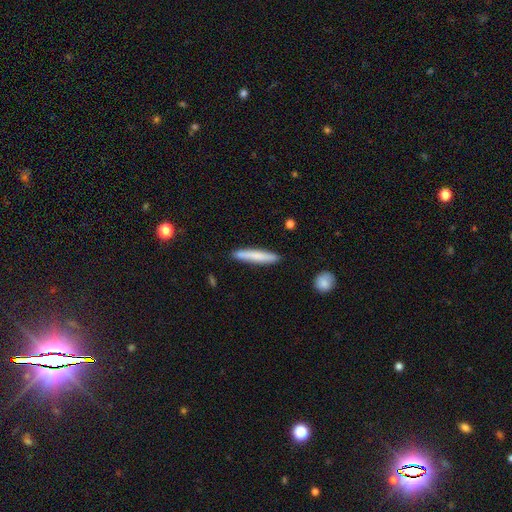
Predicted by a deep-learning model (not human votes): smooth 73%, featured or disk 22%, star or artifact 6%. Down the decision tree: how rounded — cigar-shaped (94%); merging — none (87%).